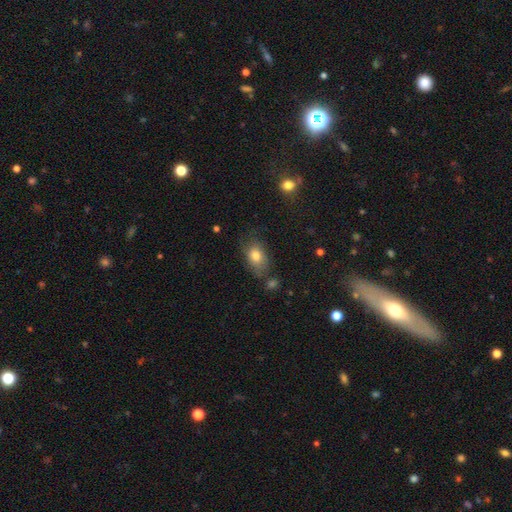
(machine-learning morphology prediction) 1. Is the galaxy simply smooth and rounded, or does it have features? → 76% smooth, 16% featured or disk, 8% star or artifact.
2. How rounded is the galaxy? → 85% in between, 13% round, 2% cigar-shaped.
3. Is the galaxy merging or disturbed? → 57% none, 27% minor disturbance, 11% major disturbance, 5% merger.